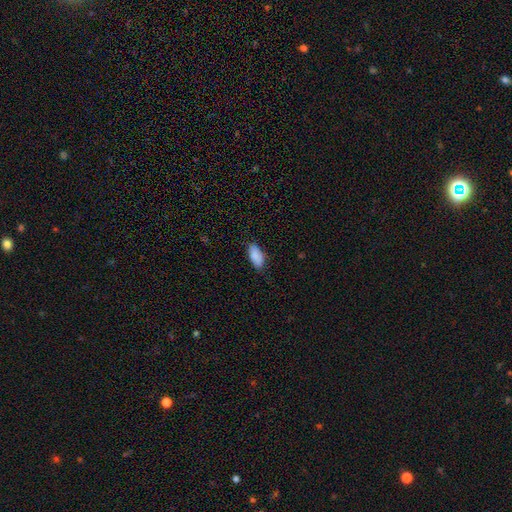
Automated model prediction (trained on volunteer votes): A smooth galaxy with no disk features (88%) that is in between round and cigar-shaped (91%).

Vote fractions:
- Smooth or featured? smooth: 88% / star or artifact: 6% / featured or disk: 5%
- How rounded? in between: 91% / cigar-shaped: 7% / round: 2%
- Merging? none: 81% / minor disturbance: 15% / major disturbance: 3% / merger: 1%